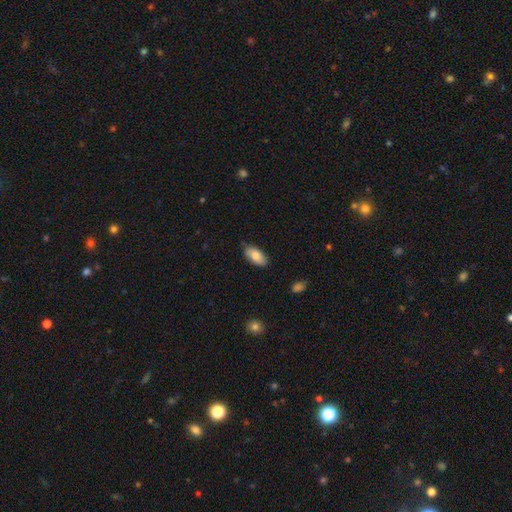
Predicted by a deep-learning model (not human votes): A smooth galaxy with no disk features (82%) that is in between round and cigar-shaped (92%).

Vote fractions:
- Smooth or featured? smooth: 82% / featured or disk: 11% / star or artifact: 6%
- How rounded? in between: 92% / cigar-shaped: 5% / round: 2%
- Merging? none: 78% / minor disturbance: 19% / major disturbance: 3% / merger: 1%